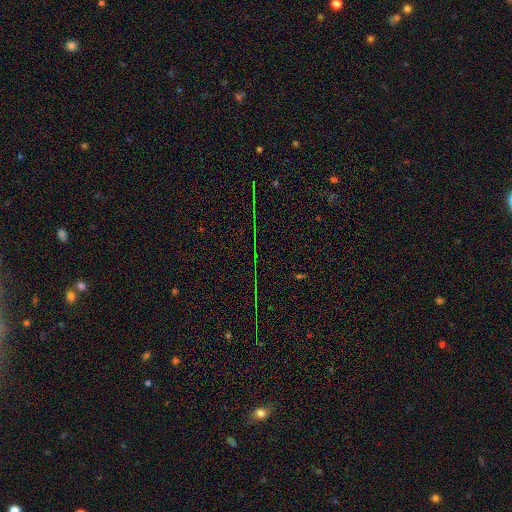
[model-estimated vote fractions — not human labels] Q: Smooth or featured?
A: star or artifact (82%); runner-up: featured or disk (10%)